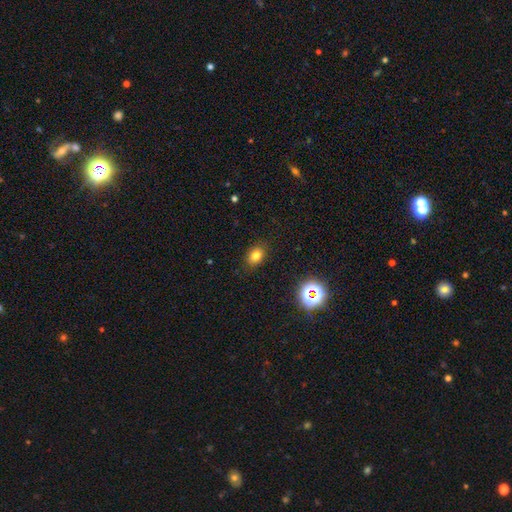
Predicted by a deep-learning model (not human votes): Morphology: type=smooth (76%); roundness=in between (68%); merging=none (86%).